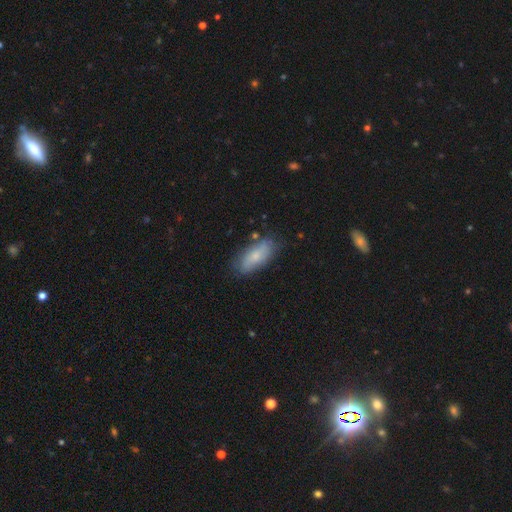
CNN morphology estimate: smooth 70%, featured or disk 24%, star or artifact 7%. Down the decision tree: how rounded — in between (79%); merging — none (75%).